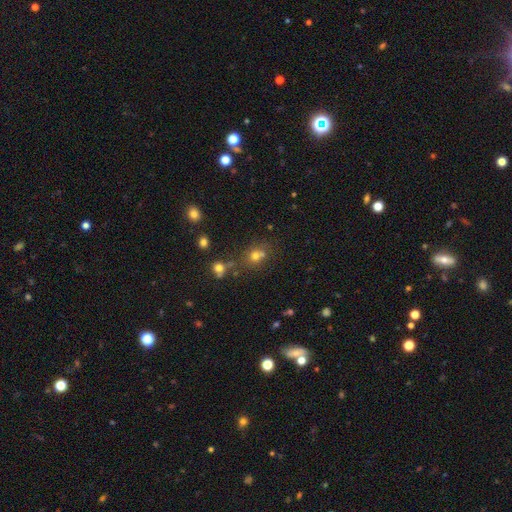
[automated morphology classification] type=smooth (67%); roundness=round (73%); merging=none (51%).